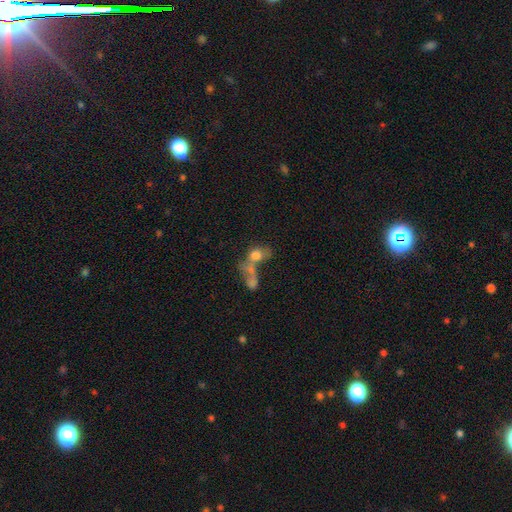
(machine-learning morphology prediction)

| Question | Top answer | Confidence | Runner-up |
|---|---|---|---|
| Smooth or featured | smooth | 65% | featured or disk (23%) |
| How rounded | in between | 56% | round (40%) |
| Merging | merger | 65% | none (15%) |